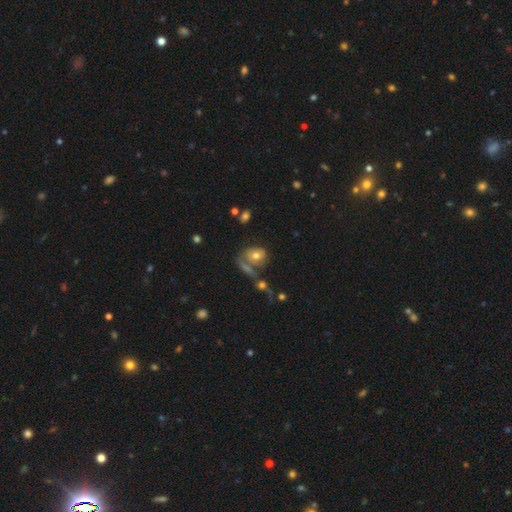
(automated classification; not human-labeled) Smooth or featured? Predicted: smooth (p=0.59). How rounded? Predicted: in between (p=0.58). Merging? Predicted: none (p=0.46).